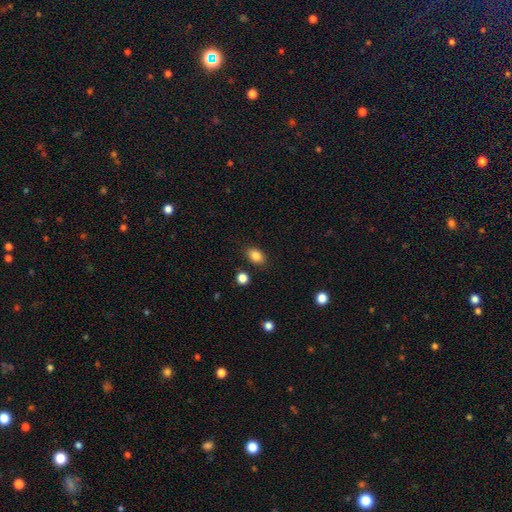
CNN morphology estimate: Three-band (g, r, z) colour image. It shows a smooth galaxy with no disk features (85%) that is in between round and cigar-shaped (79%). Merging: none (85%).